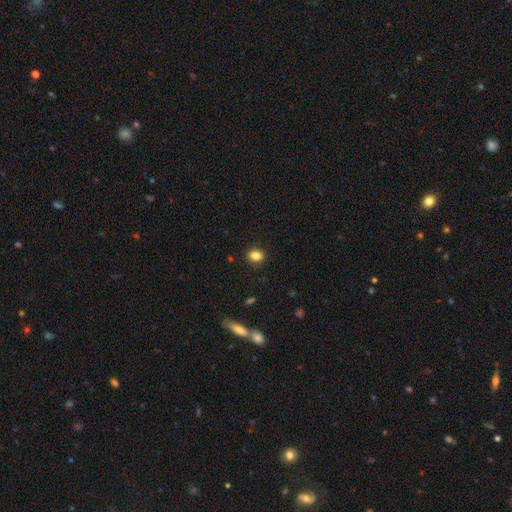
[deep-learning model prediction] This is clearly a smooth galaxy (84%). How rounded: possibly round (53%). Merging: clearly none (90%).